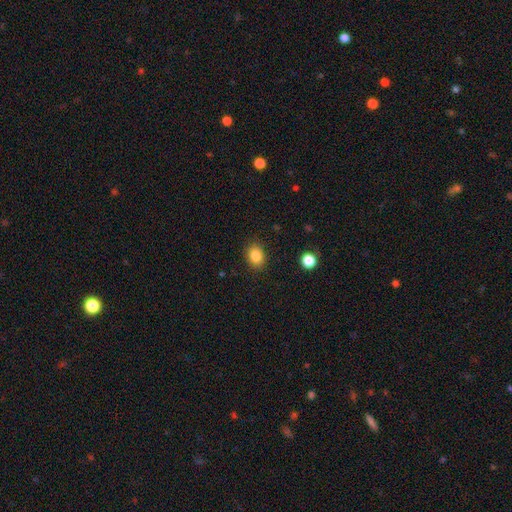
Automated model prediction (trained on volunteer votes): Smooth or featured? Predicted: smooth (p=0.85). How rounded? Predicted: in between (p=0.52). Merging? Predicted: none (p=0.88).